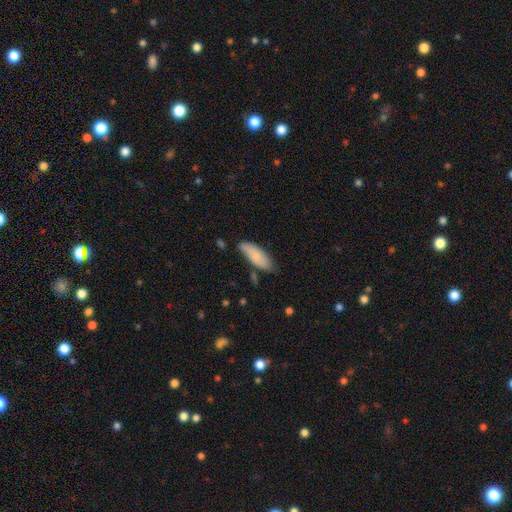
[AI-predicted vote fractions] Smooth or featured?
  - smooth: 81% *
  - featured or disk: 14%
  - star or artifact: 6%
How rounded?
  - in between: 69% *
  - cigar-shaped: 29%
  - round: 2%
Merging?
  - none: 68% *
  - minor disturbance: 24%
  - major disturbance: 4%
  - merger: 4%